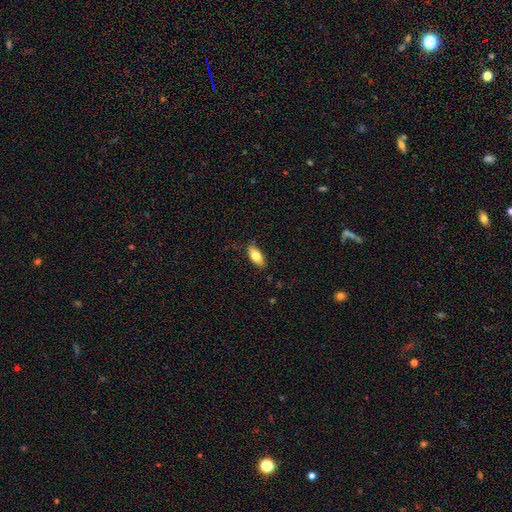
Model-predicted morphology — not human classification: Smooth or featured: smooth — 75% (featured or disk — 18%)
How rounded: in between — 86% (cigar-shaped — 11%)
Merging: none — 84% (minor disturbance — 13%)